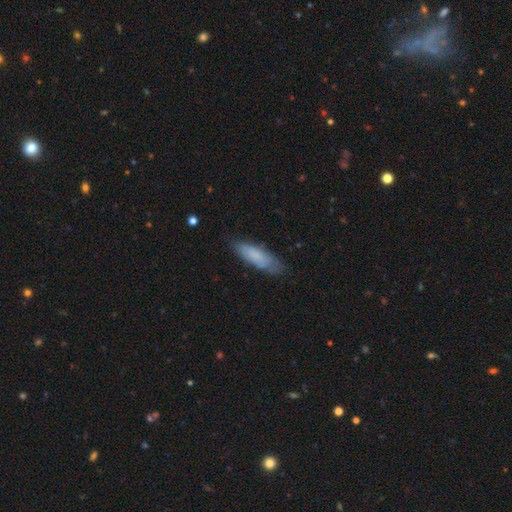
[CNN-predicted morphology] Smooth or featured? smooth (76%)
How rounded? cigar-shaped (51%)
Merging? none (71%)